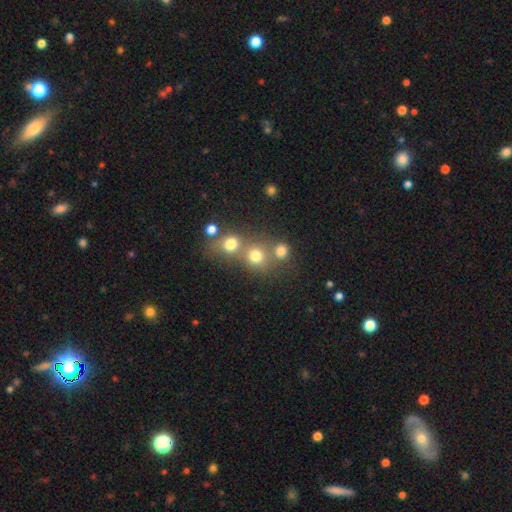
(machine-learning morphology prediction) smooth_or_featured: smooth (p=0.73) [alt: star or artifact p=0.16]
how_rounded: round (p=0.83) [alt: in between p=0.16]
merging: none (p=0.49) [alt: merger p=0.39]